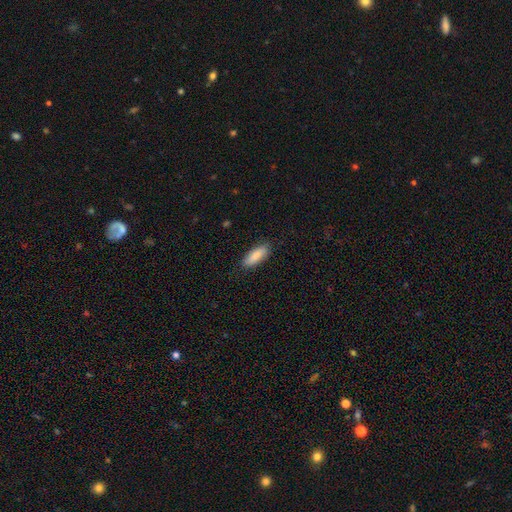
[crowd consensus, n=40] smooth 82%, featured or disk 10%, star or artifact 8%. Down the decision tree: how rounded — in between (61%); merging — none (78%).